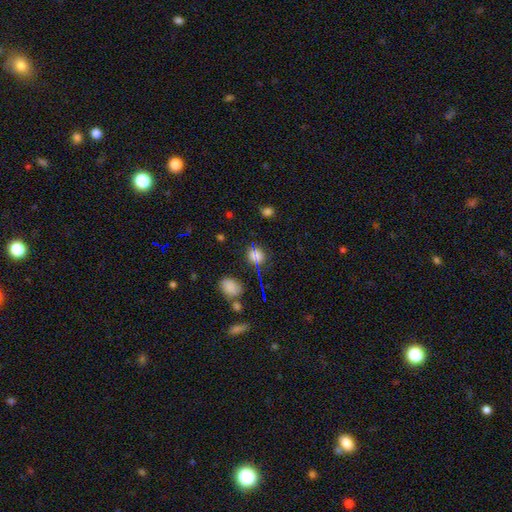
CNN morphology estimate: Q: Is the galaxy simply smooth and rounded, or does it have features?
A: smooth — 63%.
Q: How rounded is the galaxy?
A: round — 70%.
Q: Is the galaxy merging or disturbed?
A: none — 77%.